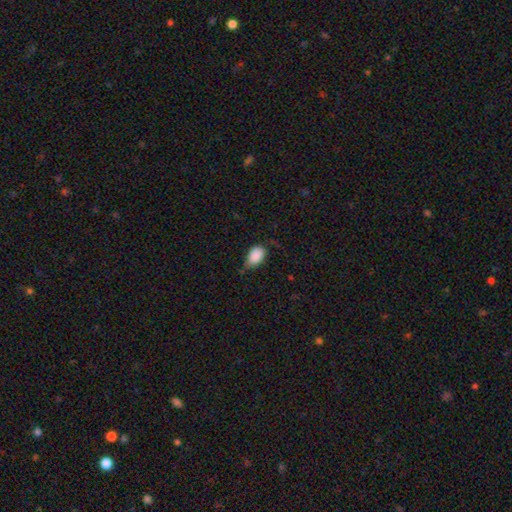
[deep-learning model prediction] The model was most divided on "merging": none: 56%, minor disturbance: 33%, major disturbance: 9%, merger: 2%. More confident: how rounded — in between (90%); smooth or featured — smooth (87%).